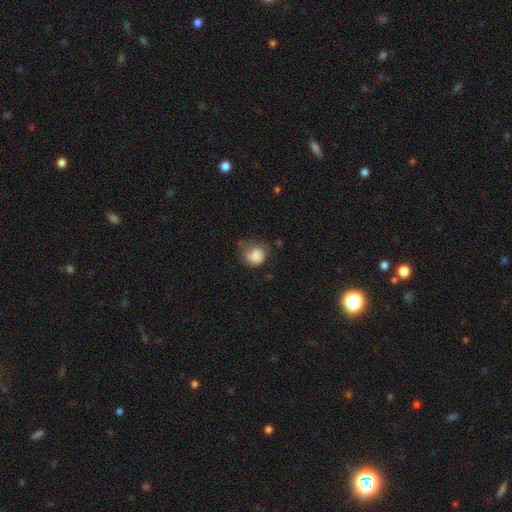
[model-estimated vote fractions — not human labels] Morphology: type=smooth (75%); roundness=round (65%); merging=minor disturbance (35%).